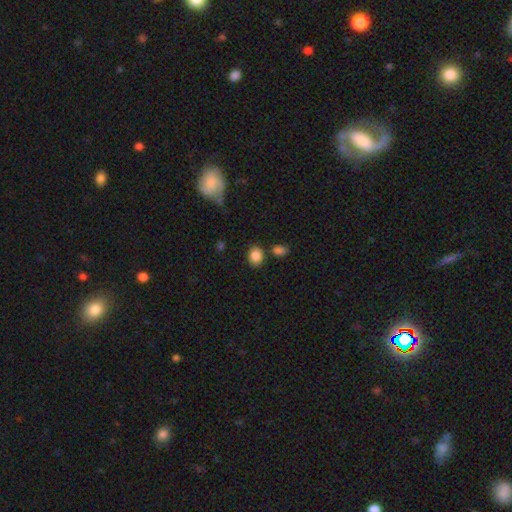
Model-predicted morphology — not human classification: This is clearly a smooth galaxy (86%). How rounded: possibly in between (52%). Merging: likely none (75%).